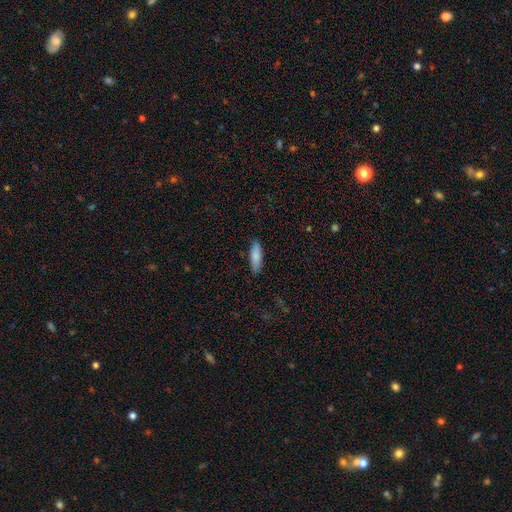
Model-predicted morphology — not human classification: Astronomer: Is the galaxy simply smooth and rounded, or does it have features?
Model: smooth — 83%.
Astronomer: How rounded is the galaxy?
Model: cigar-shaped — 49%, tied with in between at 49%.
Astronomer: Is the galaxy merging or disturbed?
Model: none — 87%.